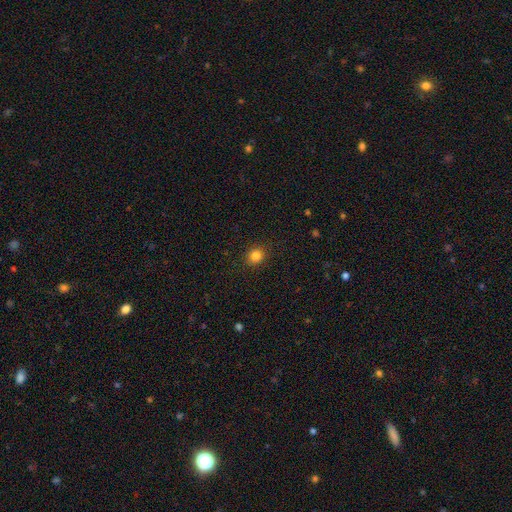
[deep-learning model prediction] The model was most divided on "how rounded": round: 77%, in between: 22%, cigar-shaped: 1%. More confident: merging — none (90%); smooth or featured — smooth (83%).